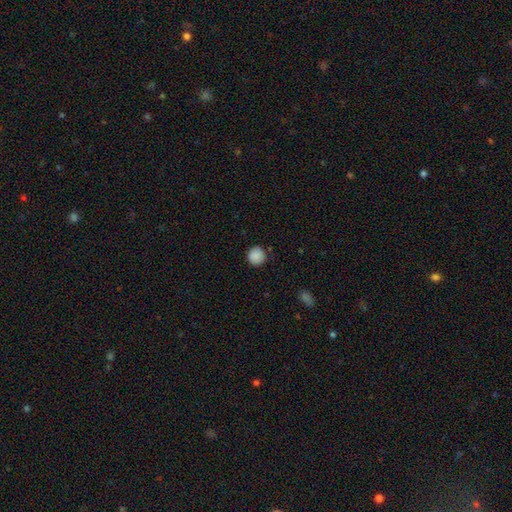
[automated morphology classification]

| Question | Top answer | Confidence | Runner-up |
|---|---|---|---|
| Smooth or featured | smooth | 88% | star or artifact (9%) |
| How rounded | round | 94% | in between (5%) |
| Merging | none | 88% | minor disturbance (8%) |